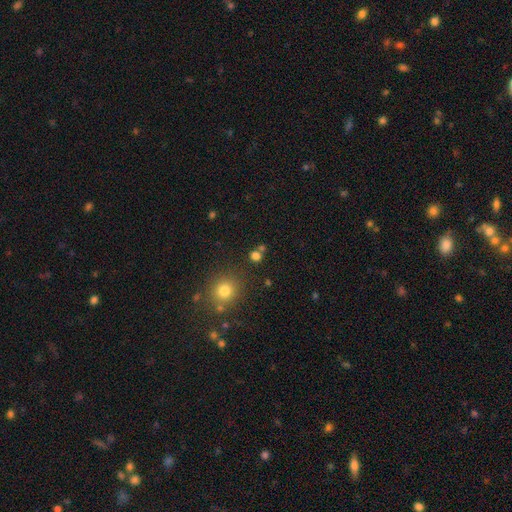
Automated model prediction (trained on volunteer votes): smooth-or-featured: smooth: 73% | star or artifact: 20% | featured or disk: 7%
  how-rounded: round: 84% | in between: 15% | cigar-shaped: 1%
  merging: none: 69% | merger: 19% | minor disturbance: 8% | major disturbance: 4%